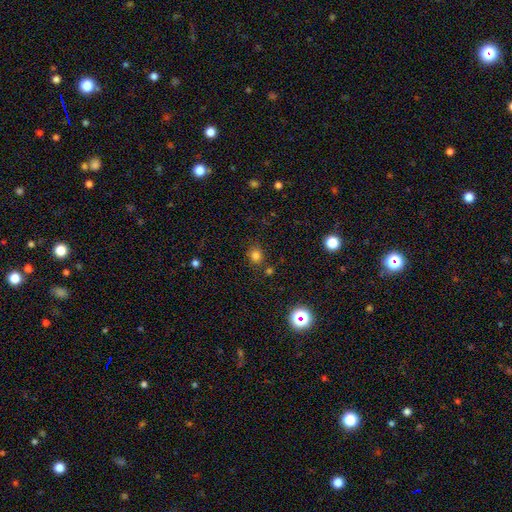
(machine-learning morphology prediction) smooth_or_featured: smooth (p=0.77) [alt: star or artifact p=0.18]
how_rounded: round (p=0.79) [alt: in between p=0.21]
merging: none (p=0.77) [alt: minor disturbance p=0.13]